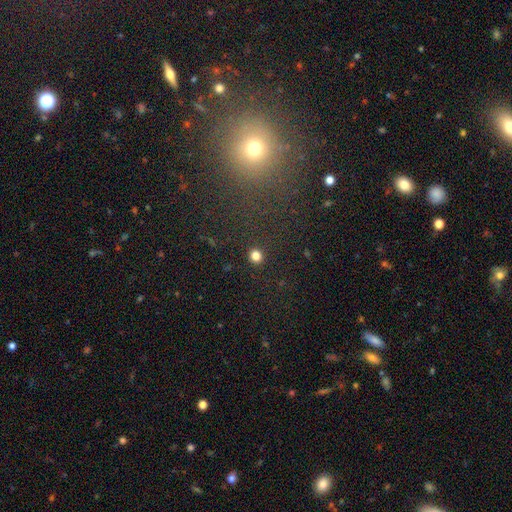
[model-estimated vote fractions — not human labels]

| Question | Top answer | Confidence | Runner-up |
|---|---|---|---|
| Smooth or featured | smooth | 81% | star or artifact (15%) |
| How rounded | round | 90% | in between (9%) |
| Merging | none | 92% | minor disturbance (5%) |